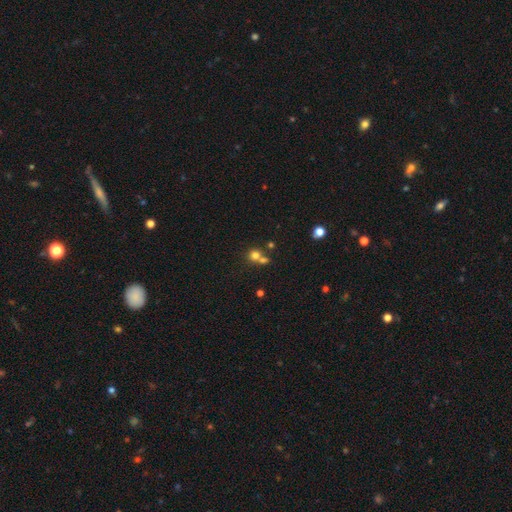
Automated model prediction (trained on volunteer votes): smooth-or-featured: smooth: 72% | star or artifact: 16% | featured or disk: 11%
  how-rounded: round: 86% | in between: 13% | cigar-shaped: 1%
  merging: none: 47% | merger: 43% | minor disturbance: 7% | major disturbance: 3%